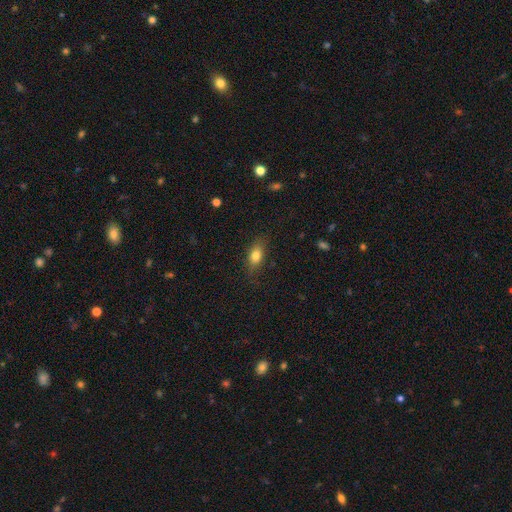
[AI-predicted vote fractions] smooth_or_featured: smooth (p=0.78) [alt: featured or disk p=0.12]
how_rounded: in between (p=0.80) [alt: round p=0.11]
merging: none (p=0.80) [alt: minor disturbance p=0.15]